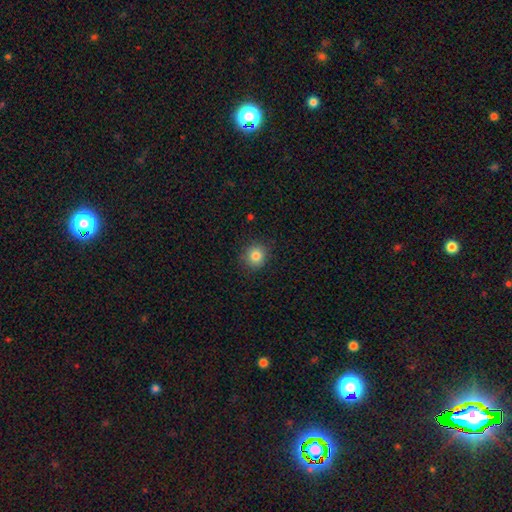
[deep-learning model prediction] Smooth or featured? smooth (82%)
How rounded? round (88%)
Merging? none (88%)